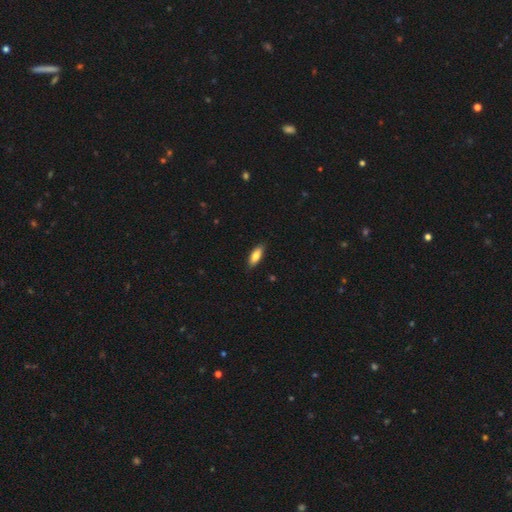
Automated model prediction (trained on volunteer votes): A smooth galaxy with no disk features (81%) that is in between round and cigar-shaped (72%). Merging: none (87%).